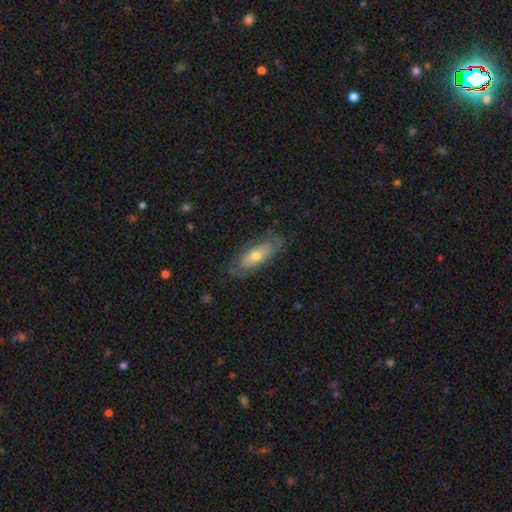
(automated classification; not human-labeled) Overall: smooth (48%; featured or disk 46%). Merging: none (72%).